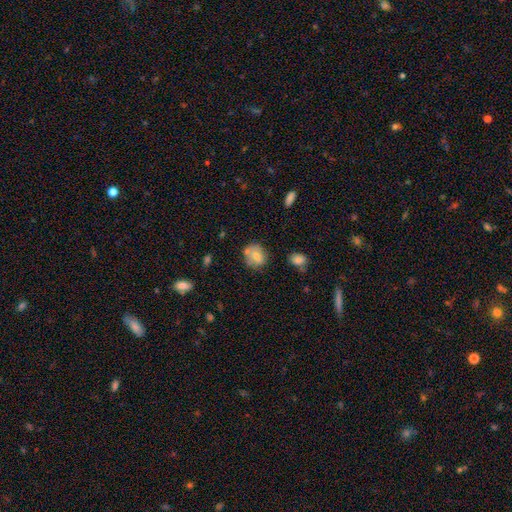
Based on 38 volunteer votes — Smooth or featured? 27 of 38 (71%) said smooth. How rounded? 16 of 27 (59%) said round. Merging? 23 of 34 (68%) said none.